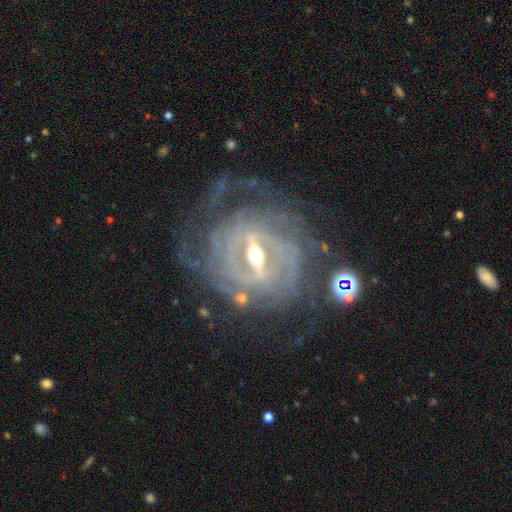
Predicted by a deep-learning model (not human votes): Q: Smooth or featured?
A: featured or disk (91%); runner-up: star or artifact (5%)
Q: Edge-on disk?
A: no (94%); runner-up: yes (6%)
Q: Bar?
A: strong (68%); runner-up: weak (26%)
Q: Spiral arms?
A: yes (94%); runner-up: no (6%)
Q: Spiral winding?
A: tight (73%); runner-up: medium (21%)
Q: Spiral arm count?
A: can't tell (32%); runner-up: 4 (19%)
Q: Bulge size?
A: moderate (61%); runner-up: small (32%)
Q: Merging?
A: none (68%); runner-up: minor disturbance (16%)